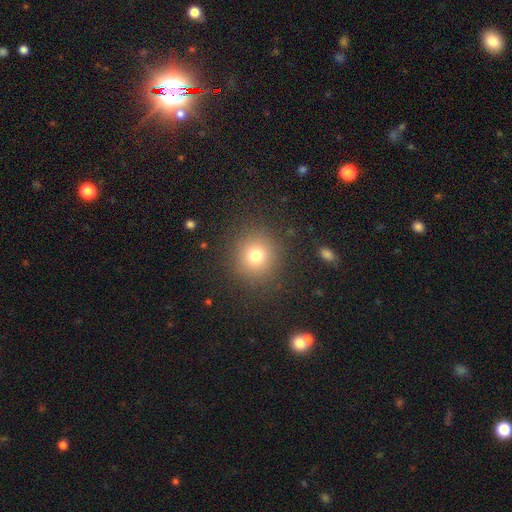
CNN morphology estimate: A smooth galaxy with no disk features (75%) that is round (90%).

Vote fractions:
- Smooth or featured? smooth: 75% / star or artifact: 16% / featured or disk: 9%
- How rounded? round: 90% / in between: 9% / cigar-shaped: 1%
- Merging? none: 88% / minor disturbance: 7% / major disturbance: 4% / merger: 1%